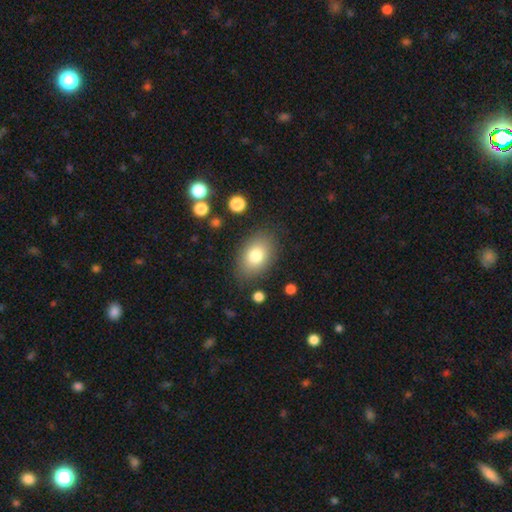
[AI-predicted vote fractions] This appears to be a smooth galaxy with no disk features (79%) that is in between round and cigar-shaped (80%). Merging: none (81%).